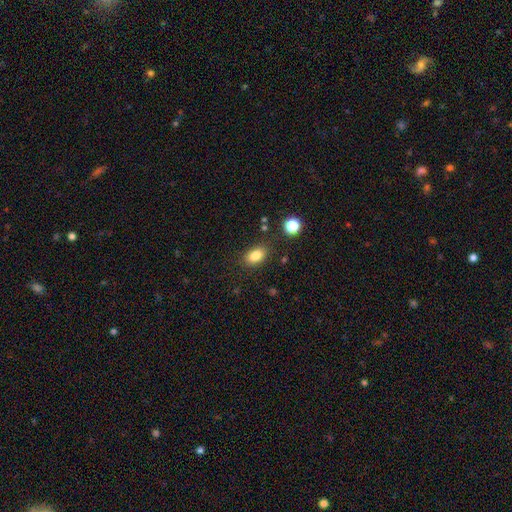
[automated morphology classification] Smooth or featured: smooth — 83% (star or artifact — 10%)
How rounded: in between — 86% (round — 12%)
Merging: none — 83% (minor disturbance — 11%)